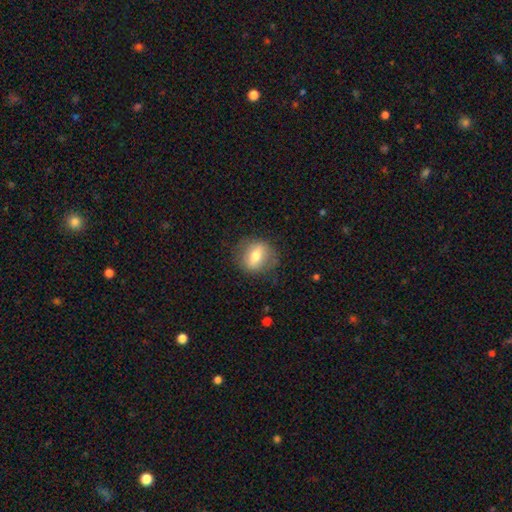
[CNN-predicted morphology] Smooth or featured? smooth (59%)
How rounded? round (61%)
Merging? none (78%)